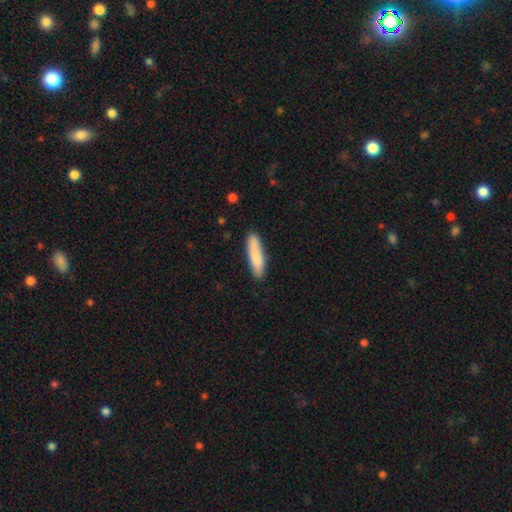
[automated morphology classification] smooth-or-featured: smooth: 85% | featured or disk: 10% | star or artifact: 5%
  how-rounded: cigar-shaped: 79% | in between: 20% | round: 1%
  merging: none: 85% | minor disturbance: 11% | major disturbance: 2% | merger: 2%